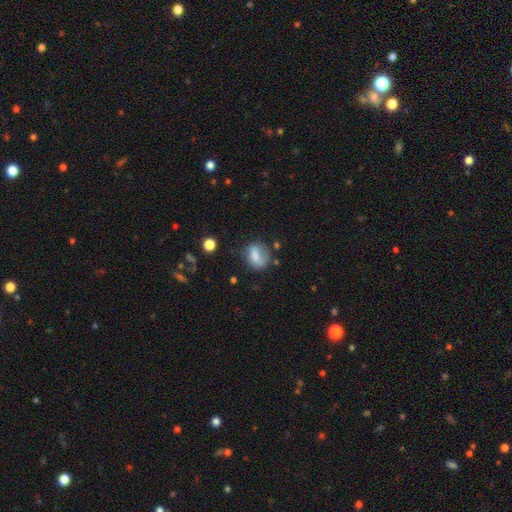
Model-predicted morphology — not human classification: Overall: smooth (73%). How rounded: in between (52%; round 46%). Merging: none (54%; minor disturbance 28%).